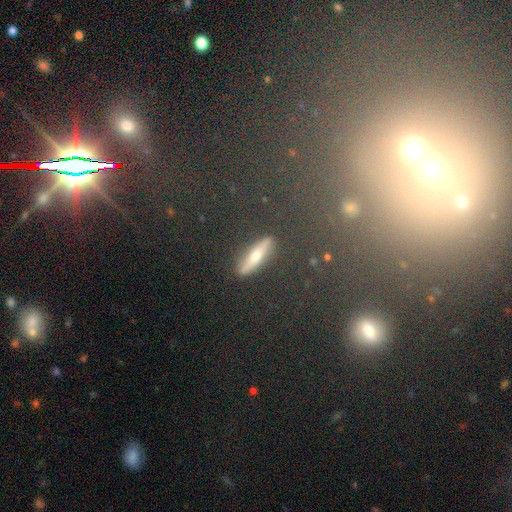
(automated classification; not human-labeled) Q: Smooth or featured?
A: smooth (43%); runner-up: featured or disk (33%)
Q: Merging?
A: none (86%); runner-up: minor disturbance (8%)